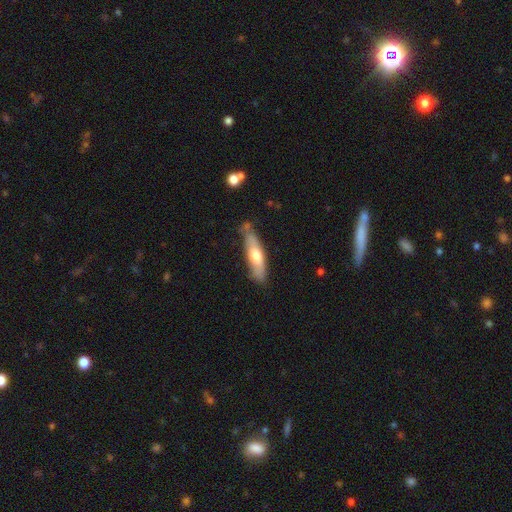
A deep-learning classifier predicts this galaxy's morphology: A smooth galaxy with no disk features (58%) that is cigar-shaped (69%).

Vote fractions:
- Smooth or featured? smooth: 58% / featured or disk: 36% / star or artifact: 5%
- How rounded? cigar-shaped: 69% / in between: 29% / round: 2%
- Merging? none: 70% / minor disturbance: 21% / merger: 5% / major disturbance: 4%